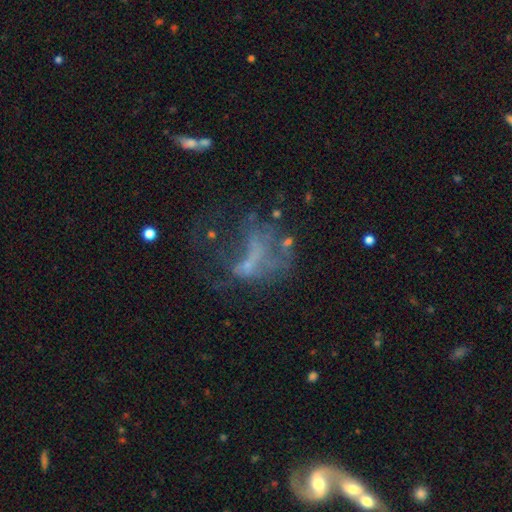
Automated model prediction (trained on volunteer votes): Smooth or featured?
  - featured or disk: 52% *
  - smooth: 24%
  - star or artifact: 24%
Edge-on disk?
  - no: 96% *
  - yes: 4%
Bar?
  - no: 80% *
  - weak: 14%
  - strong: 7%
Spiral arms?
  - no: 88% *
  - yes: 12%
Bulge size?
  - none: 72% *
  - small: 18%
  - moderate: 7%
  - large: 2%
  - dominant: 1%
Merging?
  - major disturbance: 45% *
  - none: 30%
  - minor disturbance: 15%
  - merger: 11%